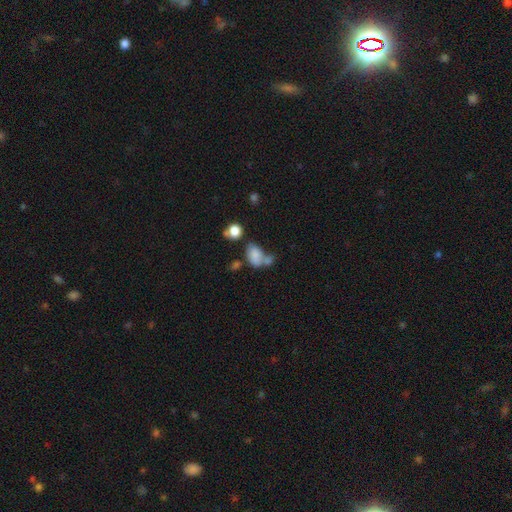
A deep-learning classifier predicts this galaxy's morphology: The model was most divided on "merging": merger: 43%, none: 33%, minor disturbance: 15%, major disturbance: 9%. More confident: how rounded — in between (85%); smooth or featured — smooth (77%).